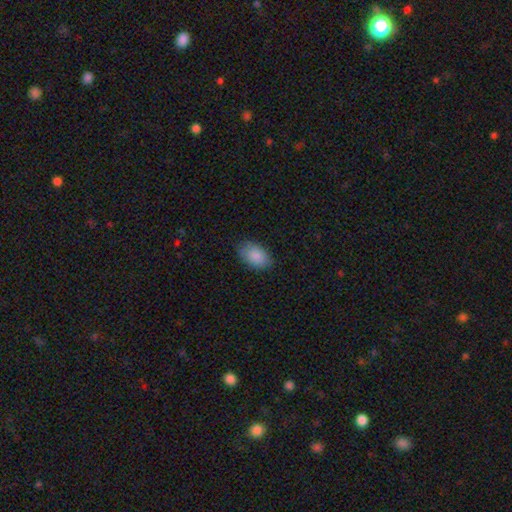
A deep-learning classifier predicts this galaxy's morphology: Smooth or featured?
  - smooth: 88% *
  - star or artifact: 7%
  - featured or disk: 5%
How rounded?
  - in between: 90% *
  - round: 9%
  - cigar-shaped: 1%
Merging?
  - none: 80% *
  - minor disturbance: 16%
  - major disturbance: 3%
  - merger: 1%